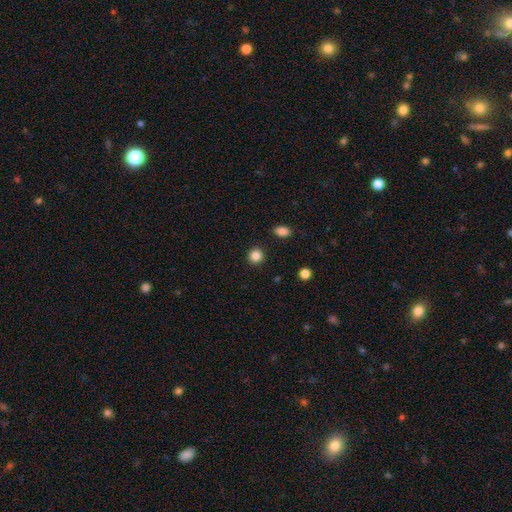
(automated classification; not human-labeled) smooth_or_featured: smooth (p=0.86) [alt: star or artifact p=0.10]
how_rounded: round (p=0.89) [alt: in between p=0.10]
merging: none (p=0.91) [alt: minor disturbance p=0.05]